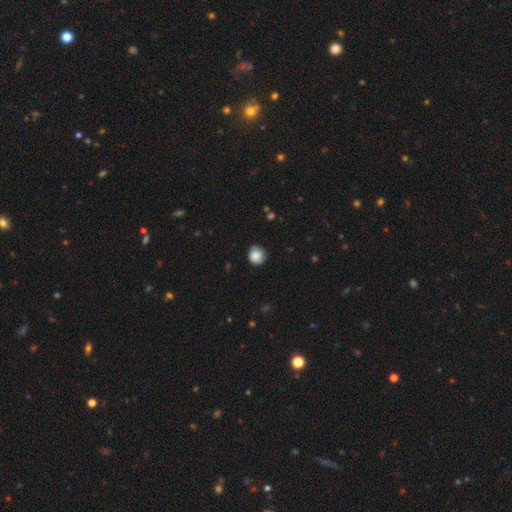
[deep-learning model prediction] Morphology: type=smooth (78%); roundness=round (87%); merging=none (75%).